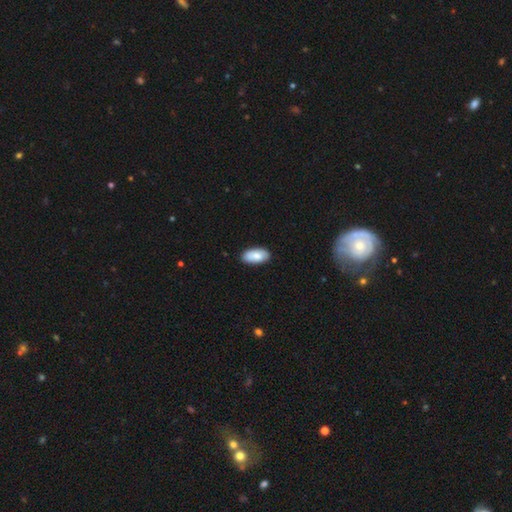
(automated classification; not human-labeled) smooth_or_featured: smooth (p=0.84) [alt: featured or disk p=0.10]
how_rounded: in between (p=0.93) [alt: cigar-shaped p=0.05]
merging: none (p=0.86) [alt: minor disturbance p=0.11]